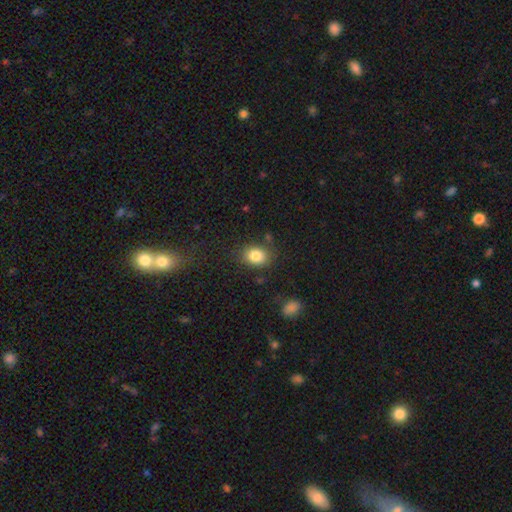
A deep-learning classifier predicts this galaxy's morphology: A smooth galaxy with no disk features (84%) that is in between round and cigar-shaped (59%). Merging: none (78%).